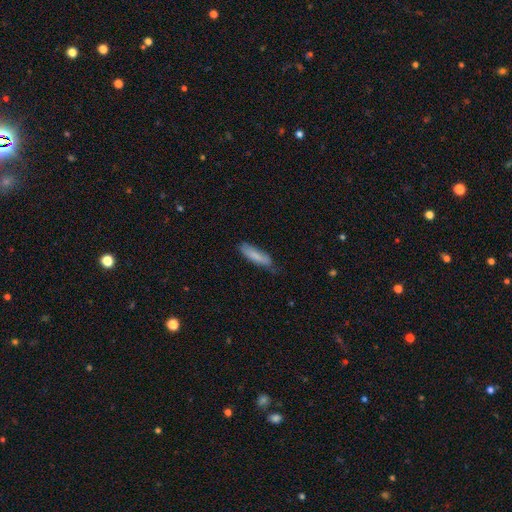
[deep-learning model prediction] smooth_or_featured: smooth (p=0.81) [alt: featured or disk p=0.13]
how_rounded: cigar-shaped (p=0.64) [alt: in between p=0.34]
merging: none (p=0.61) [alt: minor disturbance p=0.31]